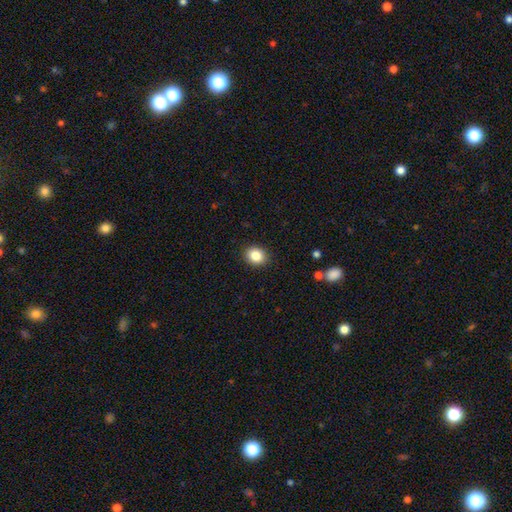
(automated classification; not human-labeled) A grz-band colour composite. It shows a smooth galaxy with no disk features (85%) that is round (61%). Merging: none (90%).